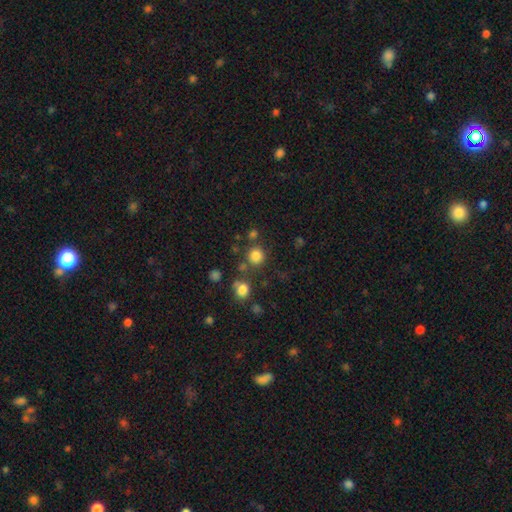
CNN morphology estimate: smooth 81%, star or artifact 14%, featured or disk 5%. Down the decision tree: how rounded — round (90%); merging — none (77%).